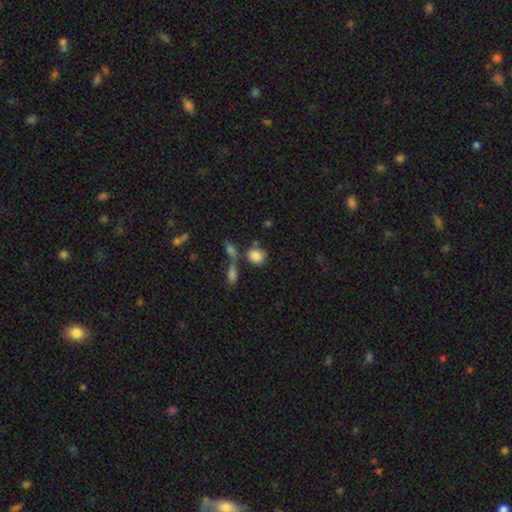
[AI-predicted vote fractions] A smooth galaxy with no disk features (85%) that is round (51%).

Vote fractions:
- Smooth or featured? smooth: 85% / star or artifact: 9% / featured or disk: 6%
- How rounded? round: 51% / in between: 47% / cigar-shaped: 3%
- Merging? none: 52% / merger: 31% / minor disturbance: 11% / major disturbance: 6%